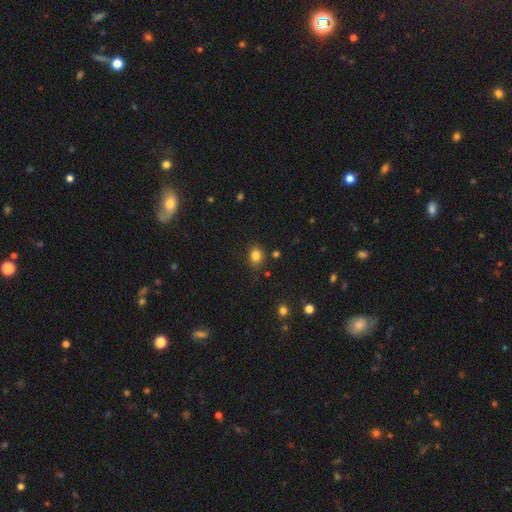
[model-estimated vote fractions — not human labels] smooth-or-featured: smooth: 82% | star or artifact: 12% | featured or disk: 6%
  how-rounded: round: 57% | in between: 42% | cigar-shaped: 1%
  merging: none: 81% | minor disturbance: 13% | major disturbance: 3% | merger: 3%